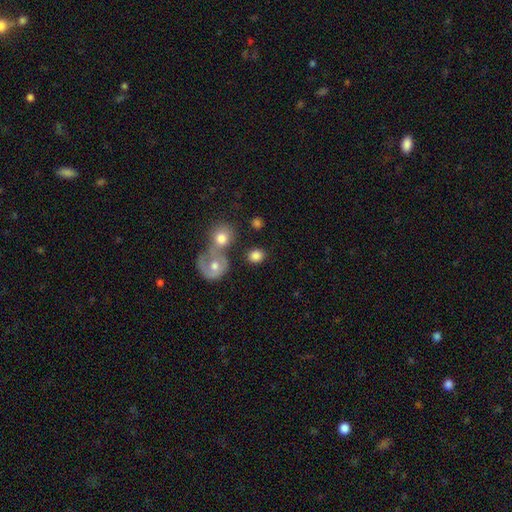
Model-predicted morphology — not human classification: smooth_or_featured: smooth (p=0.81) [alt: featured or disk p=0.11]
how_rounded: round (p=0.74) [alt: in between p=0.25]
merging: none (p=0.56) [alt: merger p=0.27]